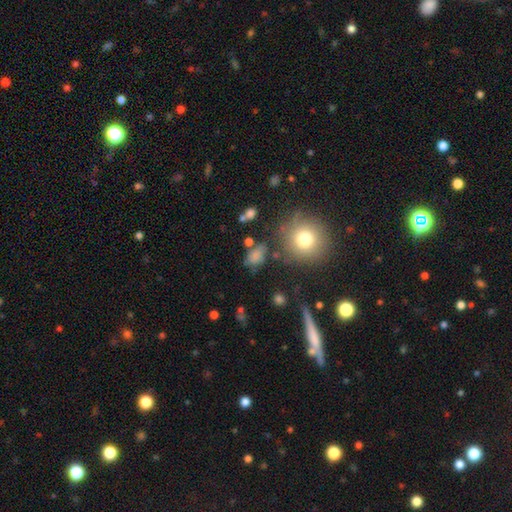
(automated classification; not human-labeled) Smooth or featured? Predicted: smooth (p=0.70). How rounded? Predicted: in between (p=0.74). Merging? Predicted: none (p=0.56).